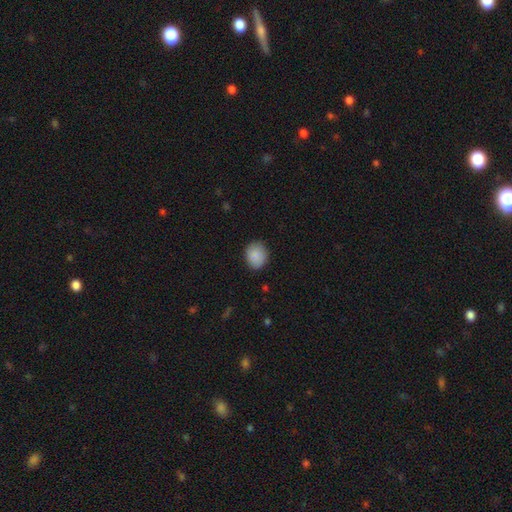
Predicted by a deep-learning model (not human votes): This is clearly a smooth galaxy (86%). How rounded: likely round (62%). Merging: clearly none (84%).